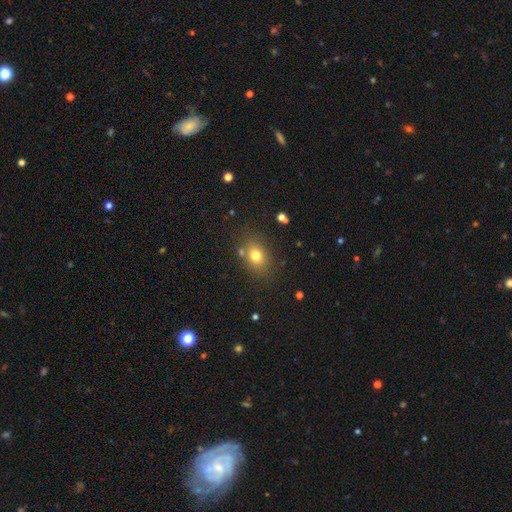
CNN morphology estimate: This is likely a smooth galaxy (75%). How rounded: possibly in between (59%). Merging: likely none (77%).